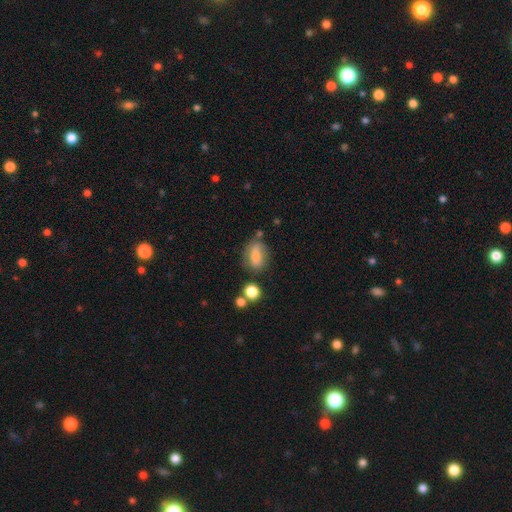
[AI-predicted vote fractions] Smooth or featured? Predicted: smooth (p=0.70). How rounded? Predicted: in between (p=0.75). Merging? Predicted: none (p=0.55).